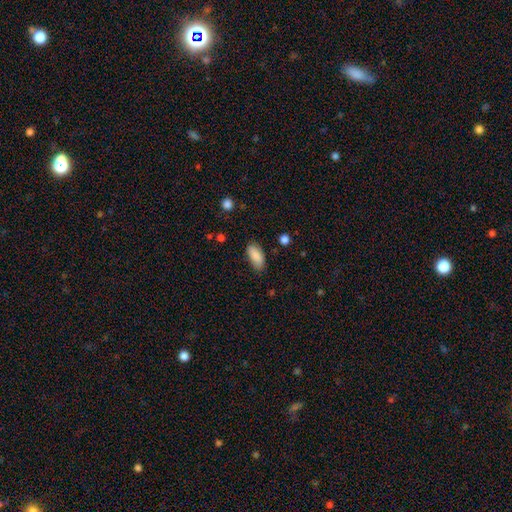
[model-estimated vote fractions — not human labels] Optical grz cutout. It shows a smooth galaxy with no disk features (88%) that is in between round and cigar-shaped (88%). Merging: none (76%).